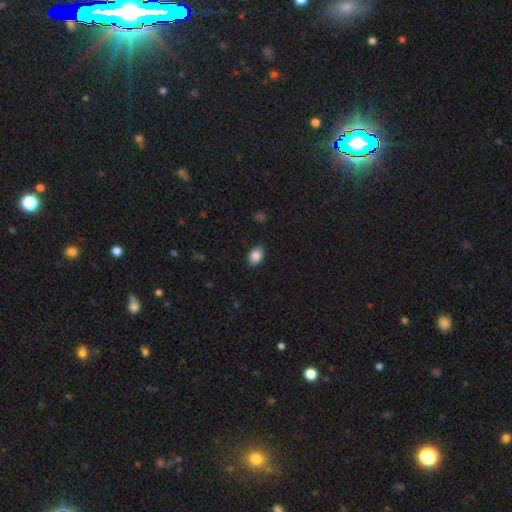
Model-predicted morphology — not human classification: Smooth or featured: smooth — 86% (star or artifact — 8%)
How rounded: in between — 82% (round — 17%)
Merging: none — 87% (minor disturbance — 10%)